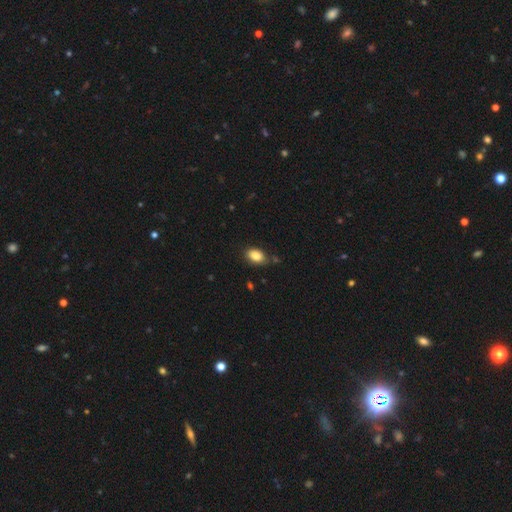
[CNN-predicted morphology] This is clearly a smooth galaxy (86%). How rounded: clearly in between (88%). Merging: likely none (79%).